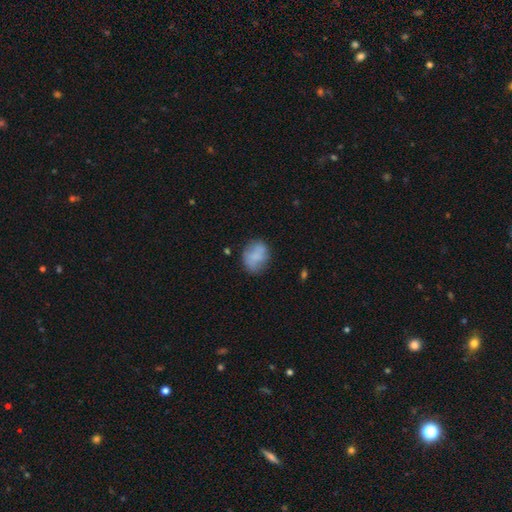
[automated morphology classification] This is likely a smooth galaxy (74%). How rounded: possibly round (53%). Merging: likely none (65%).